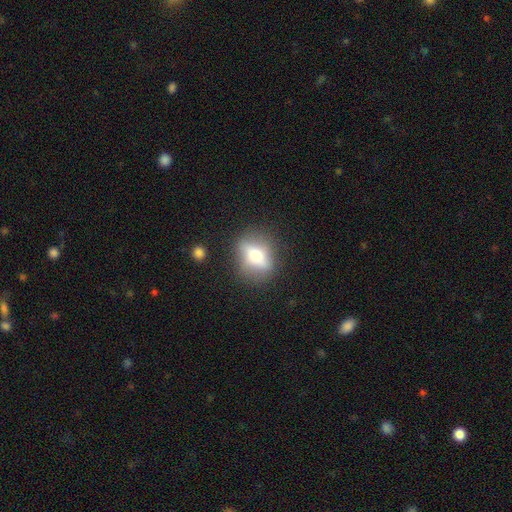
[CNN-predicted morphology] Smooth or featured? Predicted: smooth (p=0.49). Merging? Predicted: none (p=0.78).